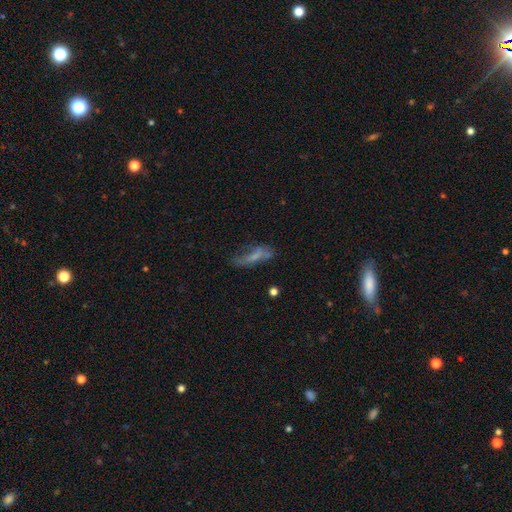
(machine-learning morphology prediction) Smooth or featured? Predicted: smooth (p=0.51). How rounded? Predicted: cigar-shaped (p=0.50). Merging? Predicted: none (p=0.40).